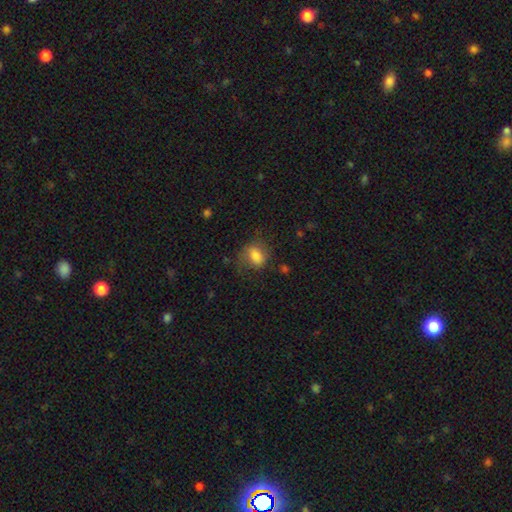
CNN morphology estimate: smooth 78%, featured or disk 12%, star or artifact 9%. Down the decision tree: how rounded — in between (64%); merging — none (59%).